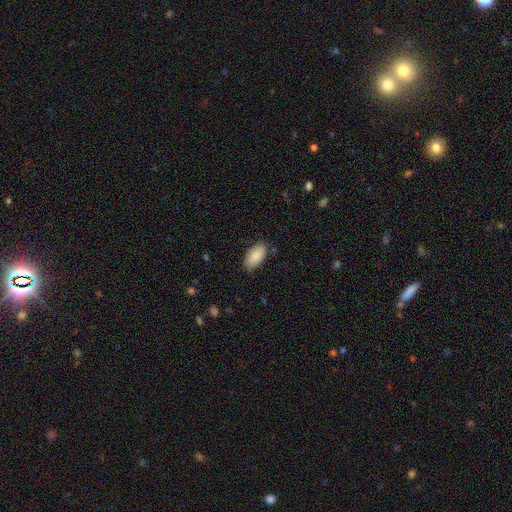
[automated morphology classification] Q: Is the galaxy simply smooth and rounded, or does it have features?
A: smooth — 87%.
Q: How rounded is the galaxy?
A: in between — 95%.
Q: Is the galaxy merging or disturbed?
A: none — 81%.